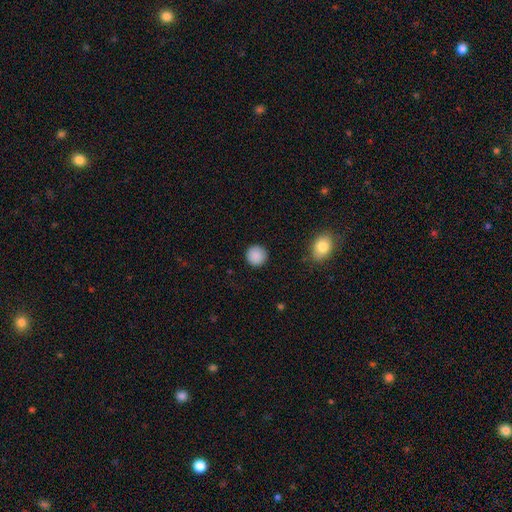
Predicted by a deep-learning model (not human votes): Smooth or featured?
  - smooth: 89% *
  - star or artifact: 8%
  - featured or disk: 3%
How rounded?
  - round: 94% *
  - in between: 5%
  - cigar-shaped: 1%
Merging?
  - none: 91% *
  - minor disturbance: 6%
  - major disturbance: 2%
  - merger: 1%